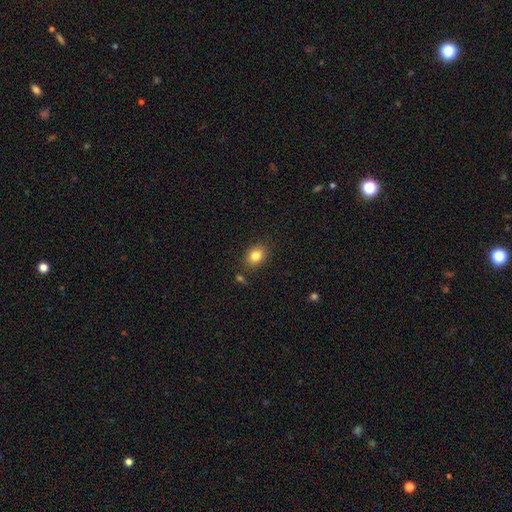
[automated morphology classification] type=smooth (83%); roundness=in between (59%); merging=none (83%).